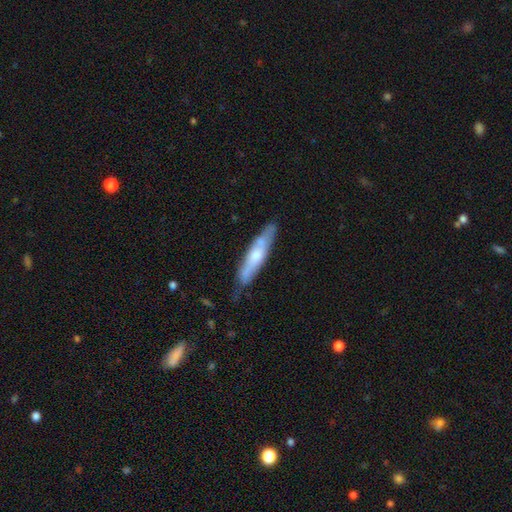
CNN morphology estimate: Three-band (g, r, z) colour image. It shows a featured or disk galaxy (51%) viewed edge-on (67%). Merging: none (69%).